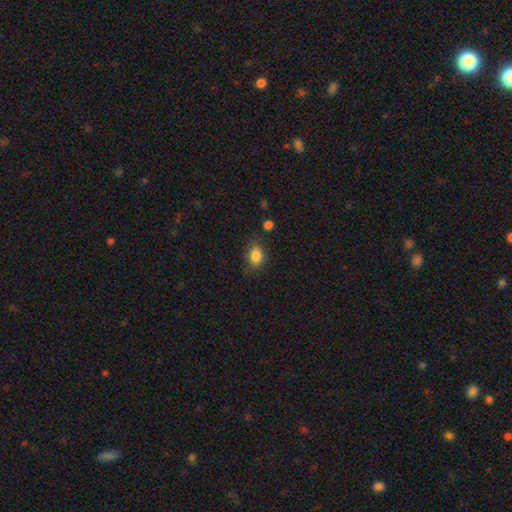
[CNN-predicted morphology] This is clearly a smooth galaxy (84%). How rounded: likely in between (77%). Merging: likely none (76%).